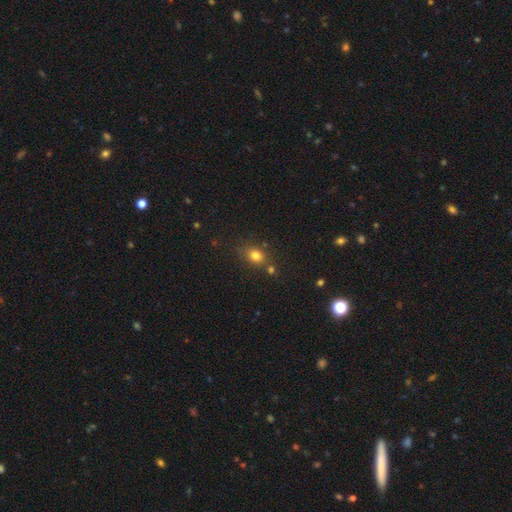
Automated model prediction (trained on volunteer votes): The model was most divided on "how rounded": round: 53%, in between: 45%, cigar-shaped: 1%. More confident: smooth or featured — smooth (78%); merging — none (68%).